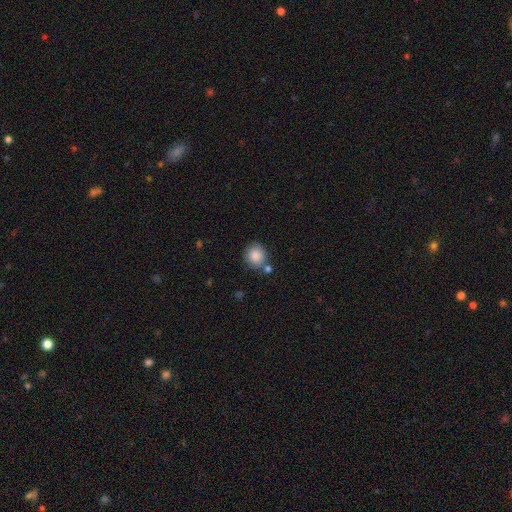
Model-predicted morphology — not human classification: smooth 87%, star or artifact 8%, featured or disk 4%. Down the decision tree: how rounded — round (87%); merging — none (74%).